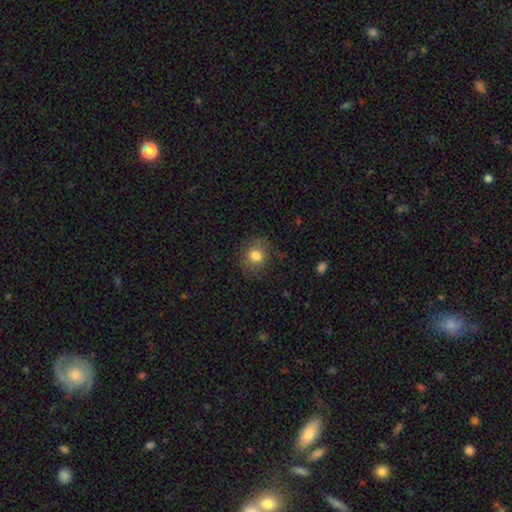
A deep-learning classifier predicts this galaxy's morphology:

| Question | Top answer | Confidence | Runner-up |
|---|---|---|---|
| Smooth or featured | smooth | 80% | star or artifact (11%) |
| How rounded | round | 76% | in between (23%) |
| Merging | none | 79% | minor disturbance (14%) |